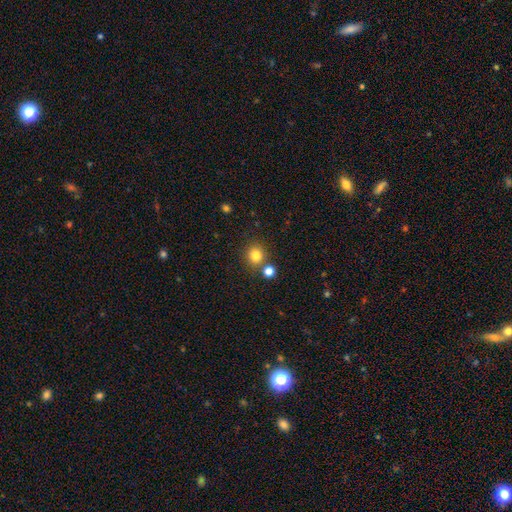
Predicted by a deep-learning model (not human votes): The model was most divided on "merging": none: 76%, merger: 13%, minor disturbance: 8%, major disturbance: 3%. More confident: how rounded — round (87%); smooth or featured — smooth (80%).